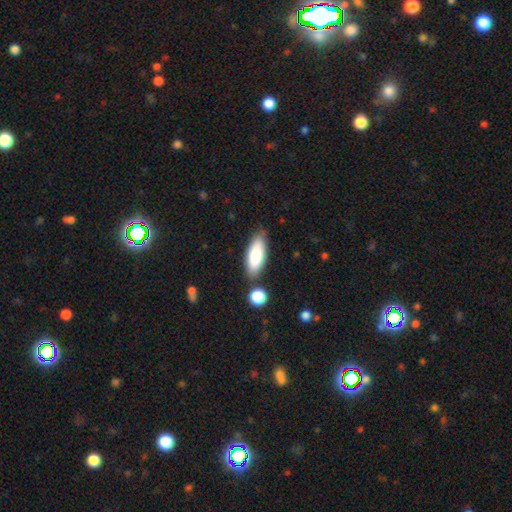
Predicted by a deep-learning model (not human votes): Smooth or featured: smooth — 81% (featured or disk — 13%)
How rounded: in between — 70% (cigar-shaped — 28%)
Merging: none — 79% (minor disturbance — 12%)